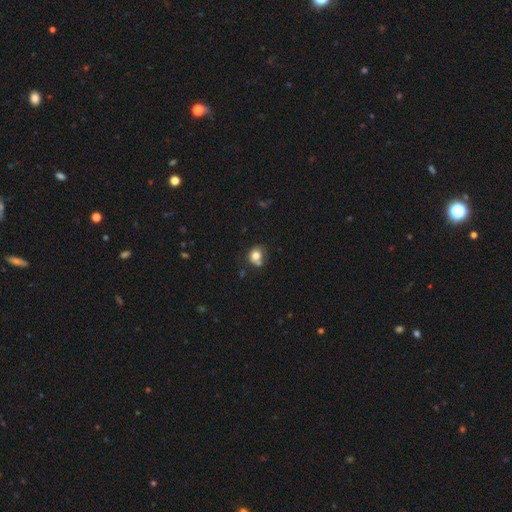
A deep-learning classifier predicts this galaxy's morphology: smooth_or_featured: smooth (p=0.77) [alt: featured or disk p=0.12]
how_rounded: round (p=0.72) [alt: in between p=0.27]
merging: none (p=0.57) [alt: merger p=0.21]